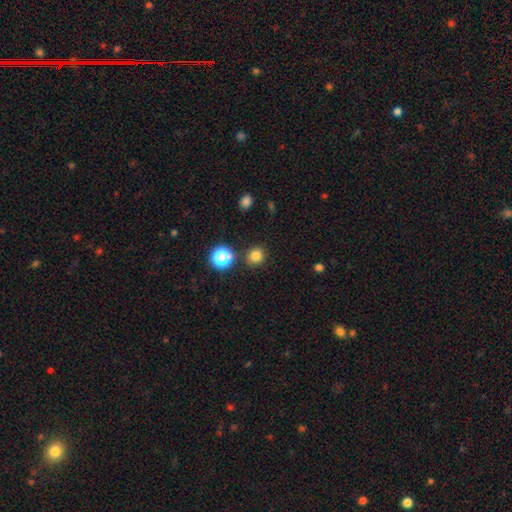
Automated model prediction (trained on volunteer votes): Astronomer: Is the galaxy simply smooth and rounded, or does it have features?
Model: smooth — 78%.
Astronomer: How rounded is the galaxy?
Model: round — 86%.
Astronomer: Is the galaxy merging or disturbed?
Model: none — 85%.